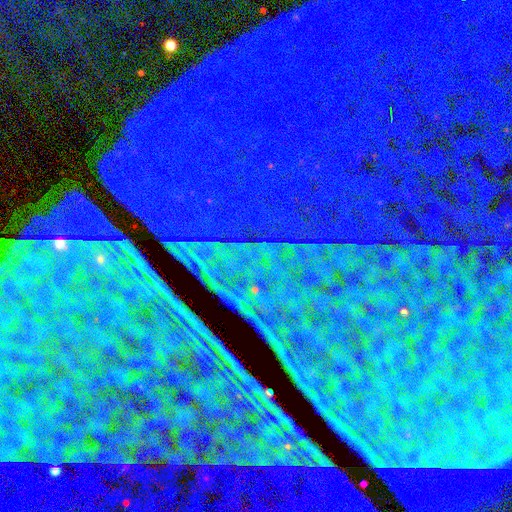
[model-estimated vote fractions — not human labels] Smooth or featured? Predicted: star or artifact (p=0.86).